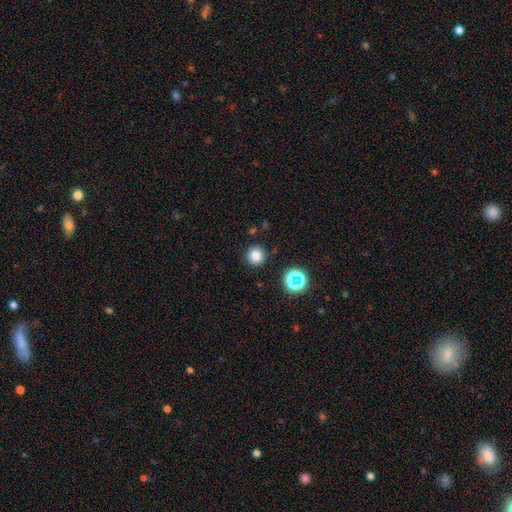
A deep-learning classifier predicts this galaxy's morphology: A smooth galaxy with no disk features (78%) that is round (95%).

Vote fractions:
- Smooth or featured? smooth: 78% / star or artifact: 16% / featured or disk: 6%
- How rounded? round: 95% / in between: 4% / cigar-shaped: 1%
- Merging? none: 89% / minor disturbance: 6% / major disturbance: 2% / merger: 2%